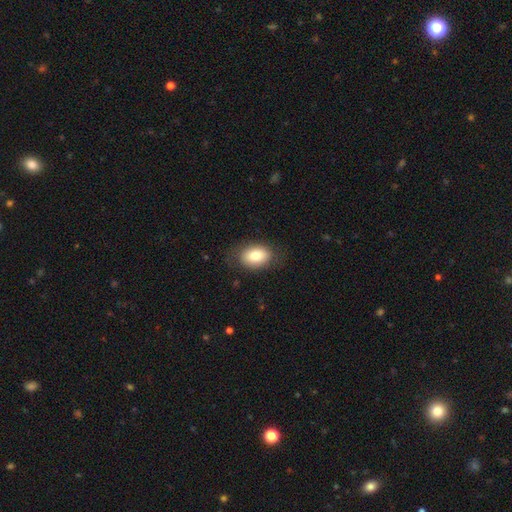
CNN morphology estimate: smooth 79%, featured or disk 13%, star or artifact 8%. Down the decision tree: how rounded — in between (79%); merging — none (79%).